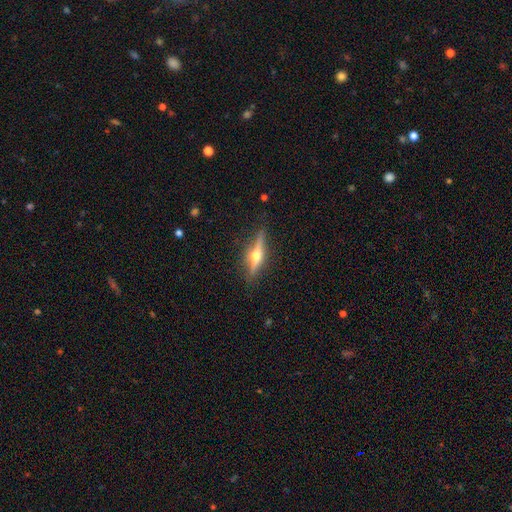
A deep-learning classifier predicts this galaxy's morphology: smooth-or-featured: featured or disk: 71% | smooth: 22% | star or artifact: 7%
  disk-edge-on: yes: 96% | no: 4%
    edge-on-bulge: rounded: 95% | boxy: 3% | none: 2%
  merging: none: 86% | minor disturbance: 10% | major disturbance: 2% | merger: 1%